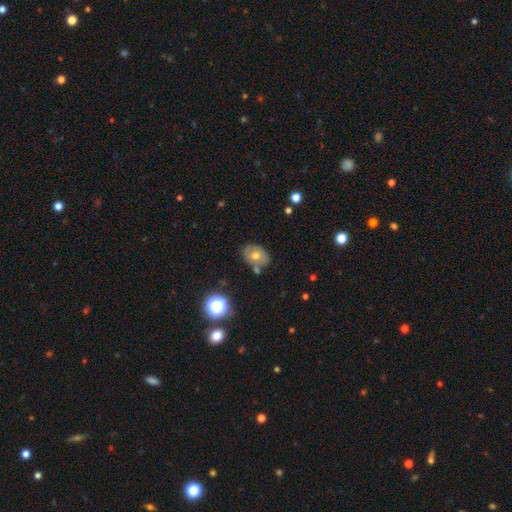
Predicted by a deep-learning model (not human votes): smooth_or_featured: smooth (p=0.60) [alt: featured or disk p=0.29]
how_rounded: in between (p=0.70) [alt: round p=0.29]
merging: none (p=0.67) [alt: minor disturbance p=0.18]